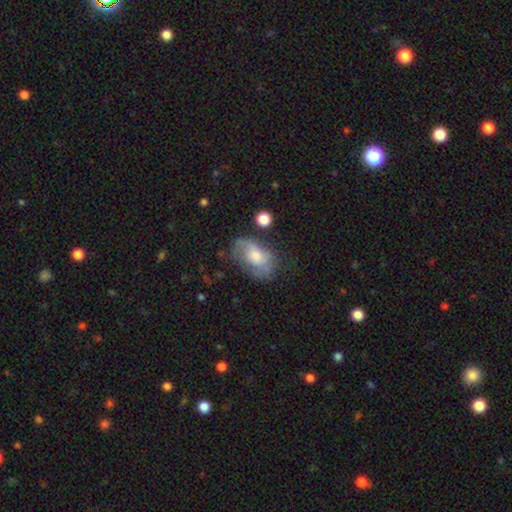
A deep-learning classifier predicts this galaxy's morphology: This appears to be a smooth galaxy with no disk features (47%). Merging: none (50%).